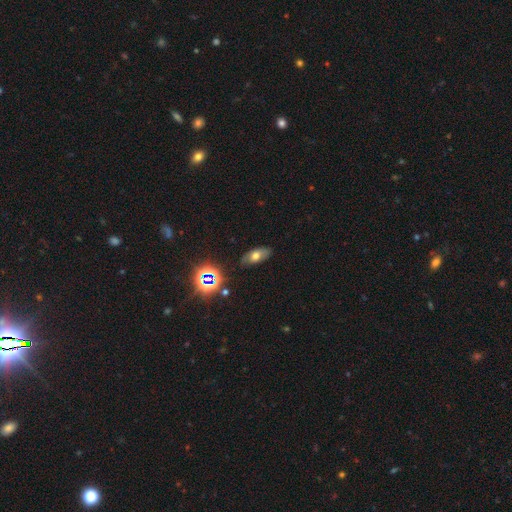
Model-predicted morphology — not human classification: Smooth or featured?
  - smooth: 55% *
  - featured or disk: 25%
  - star or artifact: 19%
How rounded?
  - in between: 87% *
  - cigar-shaped: 7%
  - round: 7%
Merging?
  - none: 78% *
  - minor disturbance: 16%
  - major disturbance: 4%
  - merger: 2%